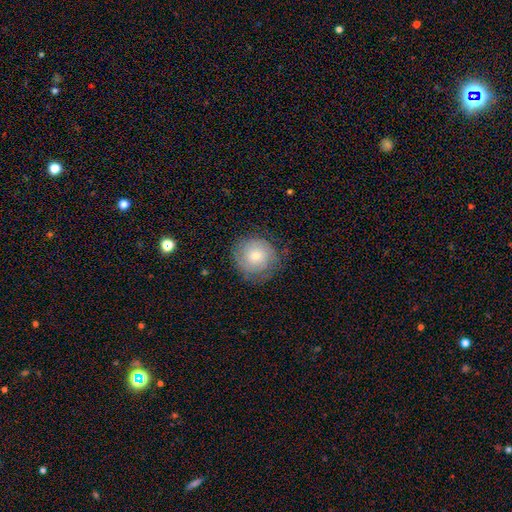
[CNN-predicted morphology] Smooth or featured? Predicted: smooth (p=0.69). How rounded? Predicted: round (p=0.92). Merging? Predicted: none (p=0.77).